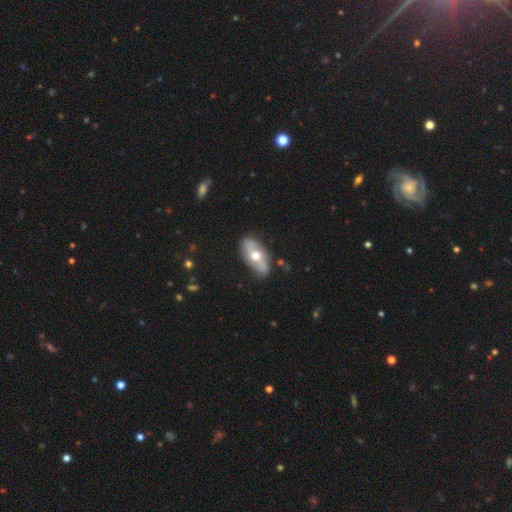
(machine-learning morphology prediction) The model was most divided on "smooth or featured": featured or disk: 49%, smooth: 45%, star or artifact: 6%. More confident: merging — none (80%).